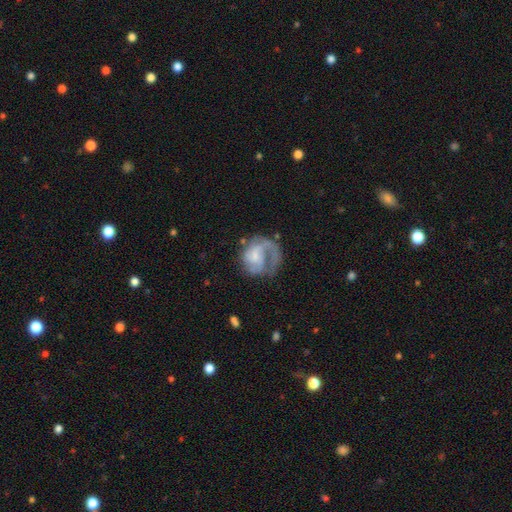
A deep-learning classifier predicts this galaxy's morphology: A featured or disk galaxy (68%) with no bar (62%), 1 (62%) medium (39%) spiral arms (83%) and a small central bulge (38%).

Vote fractions:
- Smooth or featured? featured or disk: 68% / smooth: 25% / star or artifact: 7%
- Edge-on disk? no: 98% / yes: 2%
- Bar? no: 62% / weak: 33% / strong: 6%
- Spiral arms? yes: 83% / no: 17%
- Spiral winding? medium: 39% / loose: 33% / tight: 28%
- Spiral arm count? 1: 62% / 2: 18% / can't tell: 12% / 3: 5% / 4: 2% / more than 4: 2%
- Bulge size? small: 38% / none: 27% / moderate: 26% / large: 7% / dominant: 2%
- Merging? none: 40% / major disturbance: 38% / minor disturbance: 18% / merger: 4%